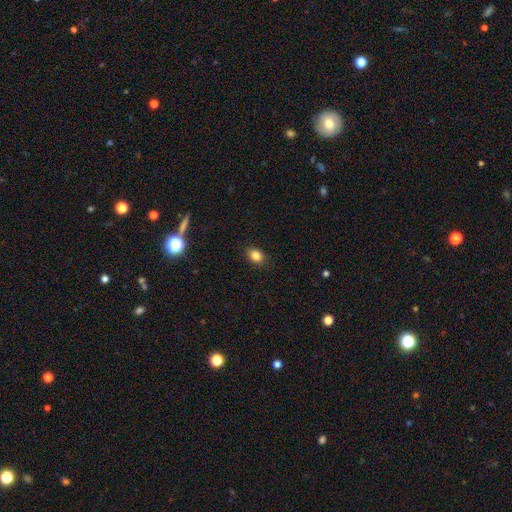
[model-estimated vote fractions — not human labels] Q: Smooth or featured?
A: smooth (84%); runner-up: star or artifact (11%)
Q: How rounded?
A: in between (64%); runner-up: round (35%)
Q: Merging?
A: none (88%); runner-up: minor disturbance (8%)